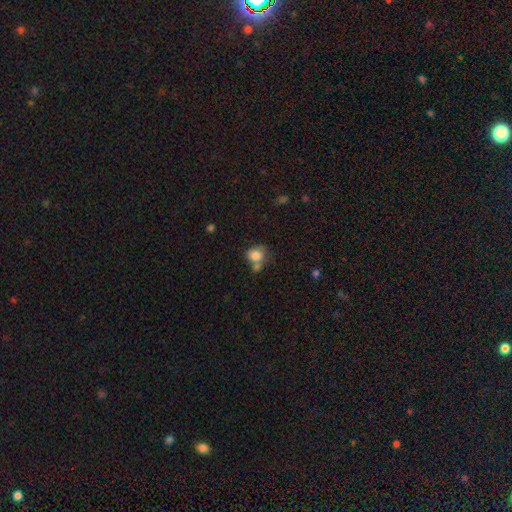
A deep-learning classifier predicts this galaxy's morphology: Smooth or featured: smooth — 82% (star or artifact — 10%)
How rounded: round — 66% (in between — 33%)
Merging: none — 43% (merger — 33%)